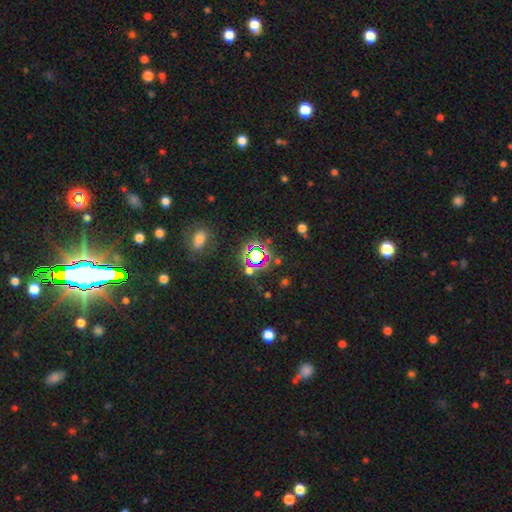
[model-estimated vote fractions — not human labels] smooth-or-featured: star or artifact: 68% | smooth: 22% | featured or disk: 10%